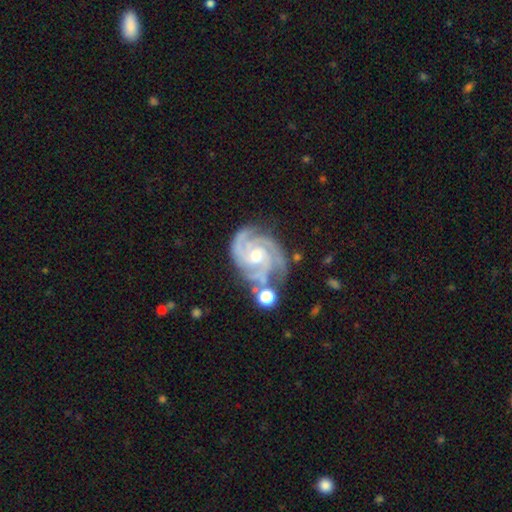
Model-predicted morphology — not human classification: Overall: featured or disk (92%). Edge-on disk: no (98%). Bar: no (65%; weak 28%). Spiral arms: yes (99%). Spiral arm count: 3 (52%; 4 24%). Spiral winding: tight (67%; medium 30%). Bulge size: moderate (55%; small 40%). Merging: none (67%).